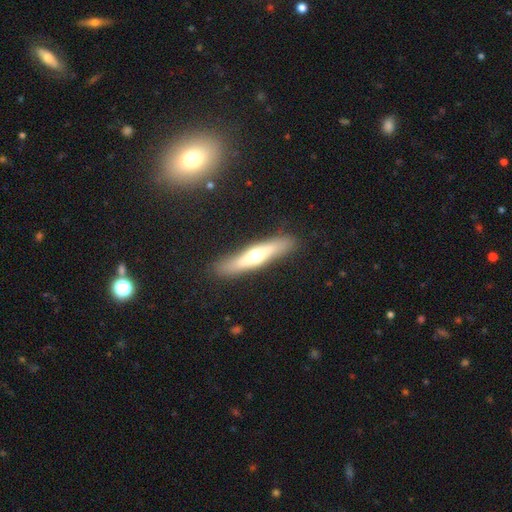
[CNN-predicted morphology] Q: Smooth or featured?
A: featured or disk (51%); runner-up: smooth (43%)
Q: Edge-on disk?
A: yes (84%); runner-up: no (16%)
Q: Merging?
A: none (87%); runner-up: minor disturbance (9%)